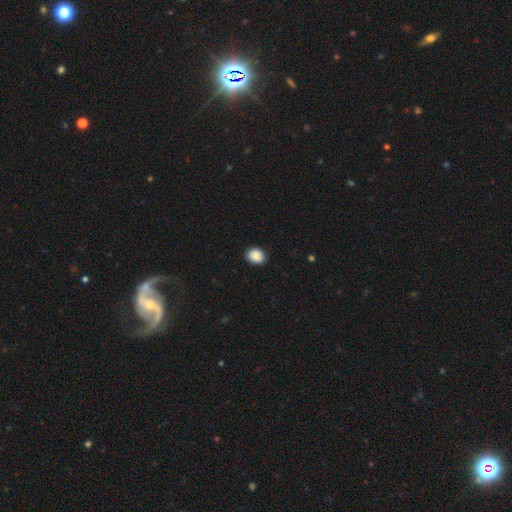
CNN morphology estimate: Smooth or featured?
  - smooth: 88% *
  - star or artifact: 8%
  - featured or disk: 4%
How rounded?
  - round: 52% *
  - in between: 47%
  - cigar-shaped: 1%
Merging?
  - none: 87% *
  - minor disturbance: 11%
  - major disturbance: 2%
  - merger: 1%